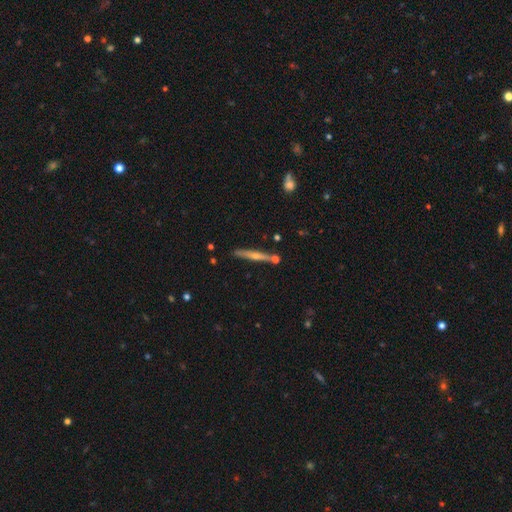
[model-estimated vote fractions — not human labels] Smooth or featured: featured or disk — 69% (smooth — 24%)
Edge-on disk: yes — 97% (no — 3%)
Edge-on bulge: rounded — 83% (none — 13%)
Merging: none — 82% (minor disturbance — 9%)